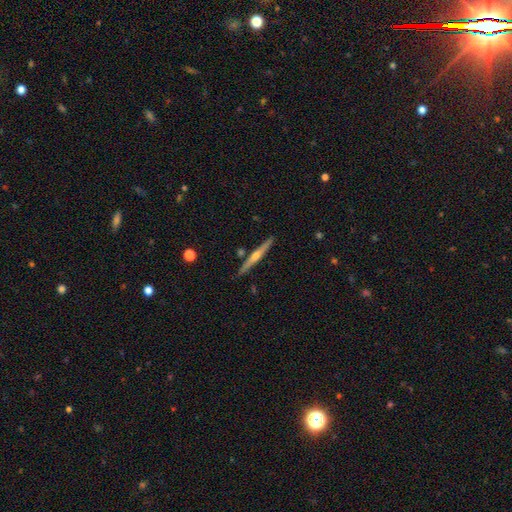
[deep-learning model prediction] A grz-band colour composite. It shows a featured or disk galaxy (75%) viewed edge-on (98%) with a rounded central bulge (88%). Merging: none (89%).